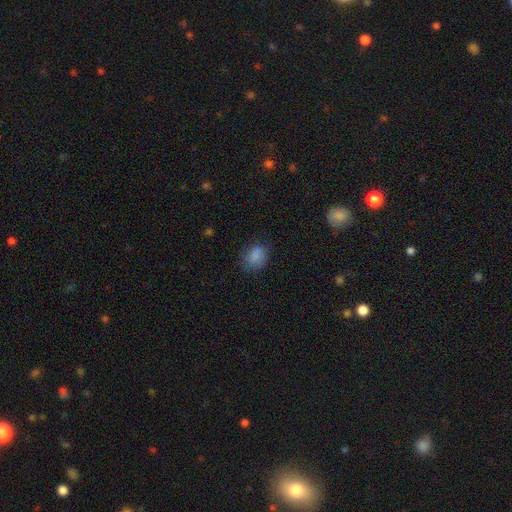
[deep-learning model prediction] This is clearly a smooth galaxy (81%). How rounded: likely in between (61%). Merging: likely none (67%).